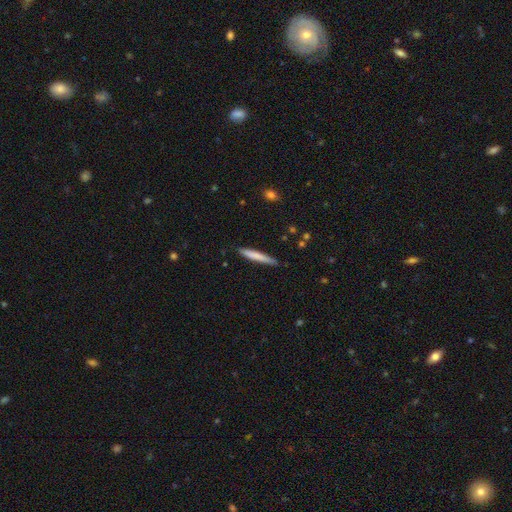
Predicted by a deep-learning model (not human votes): smooth_or_featured: smooth (p=0.73) [alt: featured or disk p=0.21]
how_rounded: cigar-shaped (p=0.95) [alt: in between p=0.04]
merging: none (p=0.87) [alt: minor disturbance p=0.10]